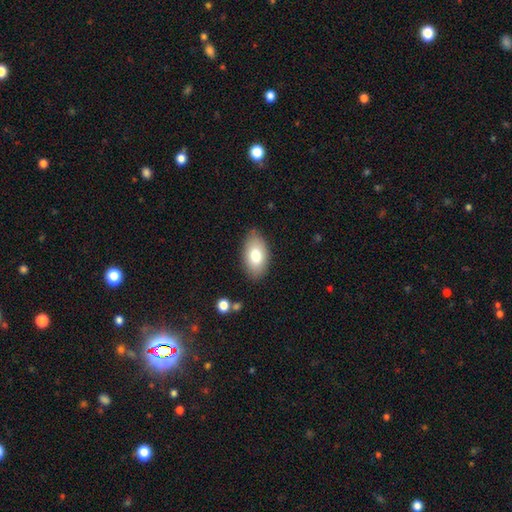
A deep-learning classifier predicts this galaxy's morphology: Smooth or featured? Predicted: smooth (p=0.77). How rounded? Predicted: in between (p=0.93). Merging? Predicted: none (p=0.82).